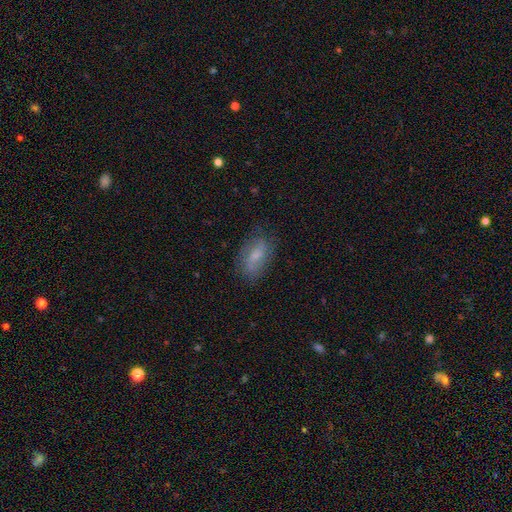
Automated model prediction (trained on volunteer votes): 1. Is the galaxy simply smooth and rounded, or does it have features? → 56% smooth, 35% featured or disk, 8% star or artifact.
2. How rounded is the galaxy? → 85% in between, 9% cigar-shaped, 6% round.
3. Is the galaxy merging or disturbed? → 73% none, 19% minor disturbance, 6% major disturbance, 1% merger.